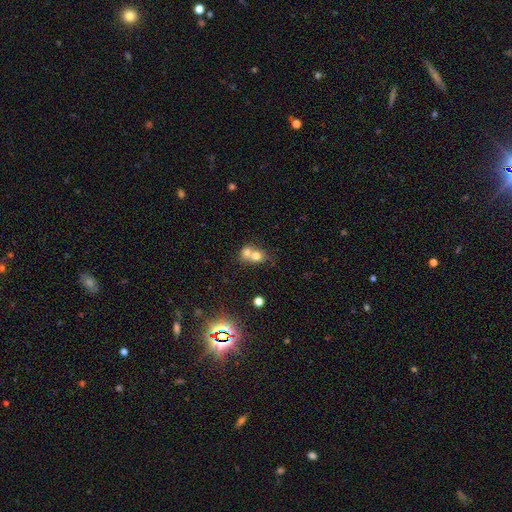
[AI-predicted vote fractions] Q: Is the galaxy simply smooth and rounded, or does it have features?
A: smooth — 70%.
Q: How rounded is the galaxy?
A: round — 64%.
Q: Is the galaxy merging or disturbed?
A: merger — 67%.